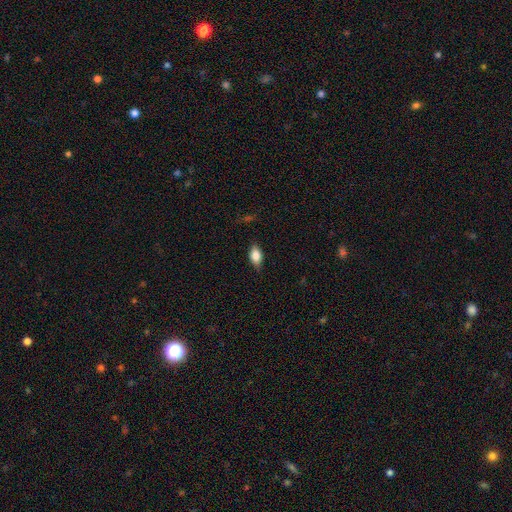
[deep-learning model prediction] Smooth or featured?
  - smooth: 76% *
  - featured or disk: 16%
  - star or artifact: 8%
How rounded?
  - in between: 86% *
  - round: 8%
  - cigar-shaped: 6%
Merging?
  - none: 81% *
  - minor disturbance: 15%
  - major disturbance: 3%
  - merger: 1%